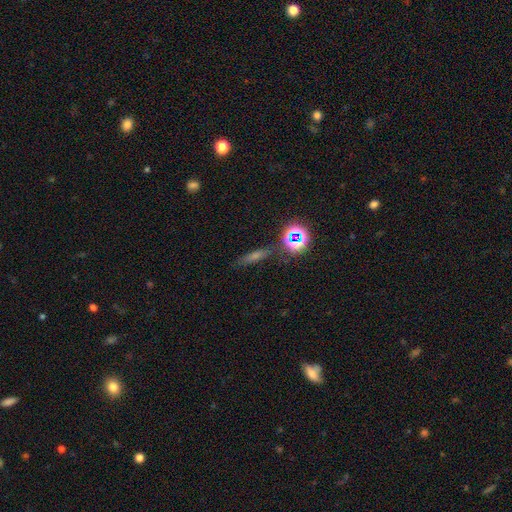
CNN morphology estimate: smooth_or_featured: star or artifact (p=0.36) [alt: smooth p=0.34]